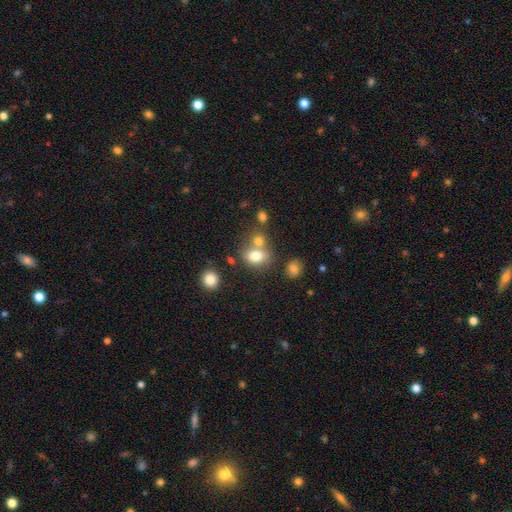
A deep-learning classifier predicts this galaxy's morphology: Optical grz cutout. It shows a smooth galaxy with no disk features (77%) that is in between round and cigar-shaped (53%). Merging: none (48%).